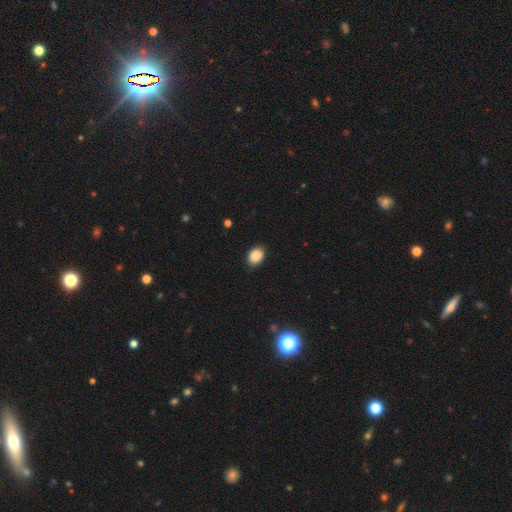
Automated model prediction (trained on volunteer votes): The model was most divided on "how rounded": in between: 72%, round: 27%, cigar-shaped: 1%. More confident: smooth or featured — smooth (89%); merging — none (86%).